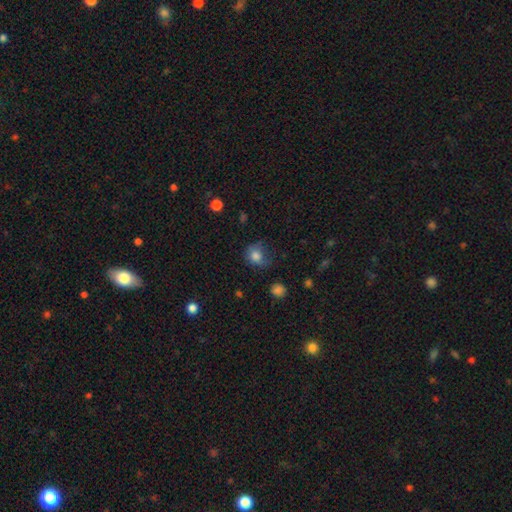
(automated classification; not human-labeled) Smooth or featured? smooth (79%)
How rounded? round (69%)
Merging? none (49%)